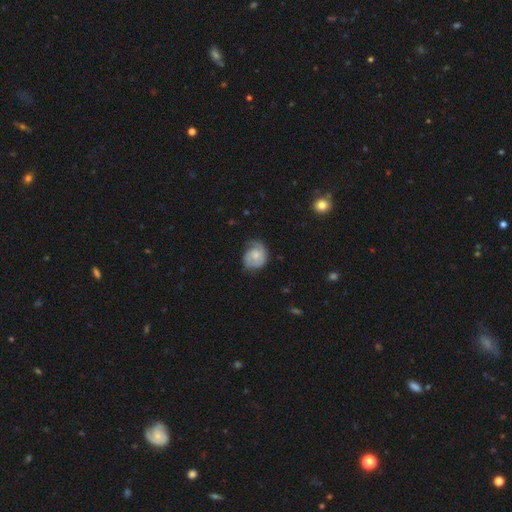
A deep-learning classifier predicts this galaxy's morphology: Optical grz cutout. It shows a featured or disk galaxy (65%) with no bar (71%), 2 (47%) tight (51%) spiral arms (92%) and a small central bulge (45%). Merging: none (60%).